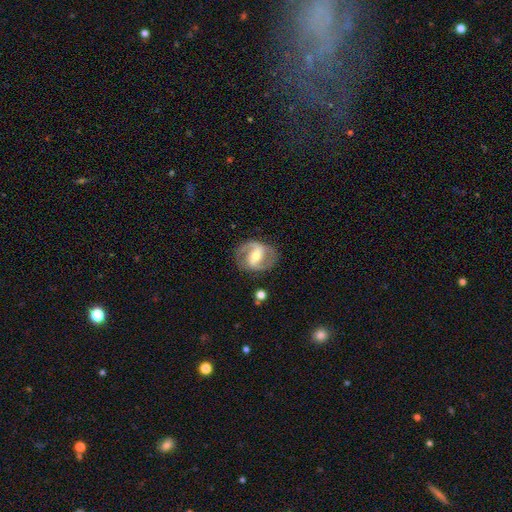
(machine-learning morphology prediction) This is clearly a featured or disk galaxy (80%). It is clearly not viewed edge-on (97%). Bar: possibly strong (51%). Spiral arm pattern: clearly yes (88%). Spiral arm count: clearly 2 (88%). Spiral winding: possibly medium (53%). Central bulge: possibly moderate (54%). Merging: likely none (80%).